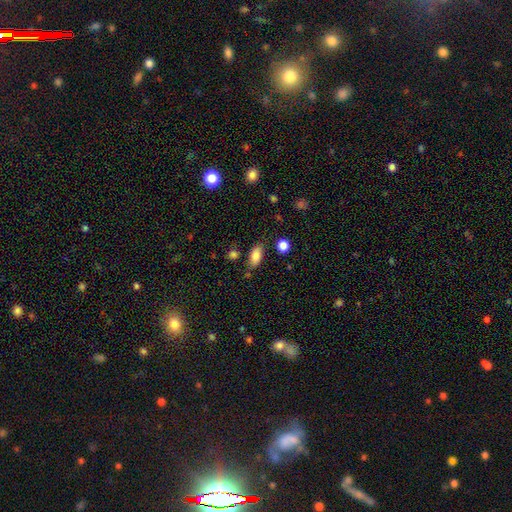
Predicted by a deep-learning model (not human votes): smooth 83%, featured or disk 9%, star or artifact 8%. Down the decision tree: how rounded — in between (89%); merging — none (76%).